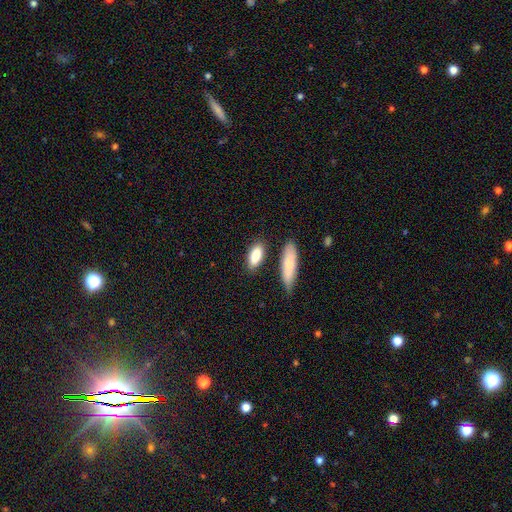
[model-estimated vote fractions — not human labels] Overall: smooth (85%). How rounded: in between (76%). Merging: none (78%).